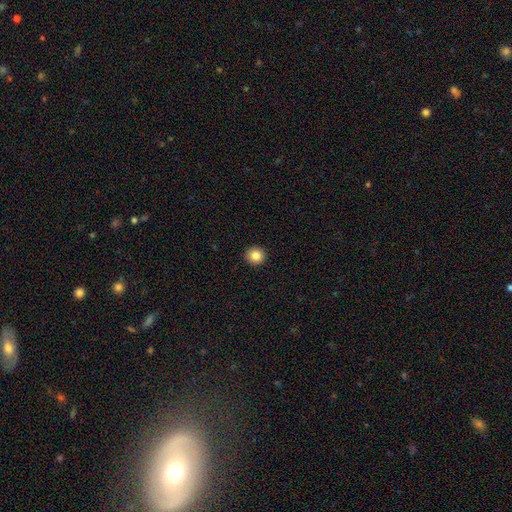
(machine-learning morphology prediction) This appears to be a smooth galaxy with no disk features (84%) that is round (94%). Merging: none (93%).